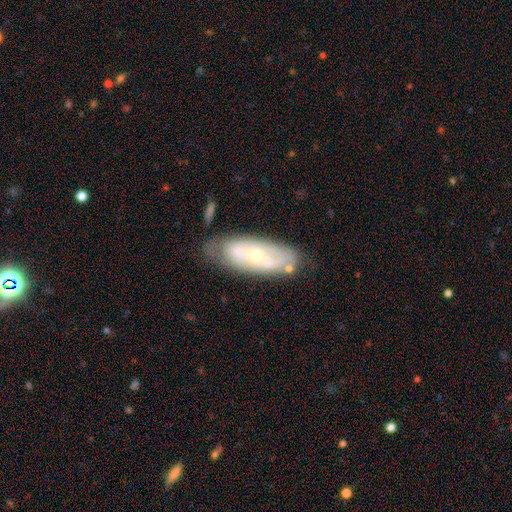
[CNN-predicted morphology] A featured or disk galaxy (60%) with no bar (71%), no spiral arms (54%) and a small central bulge (60%). Merging: none (63%).